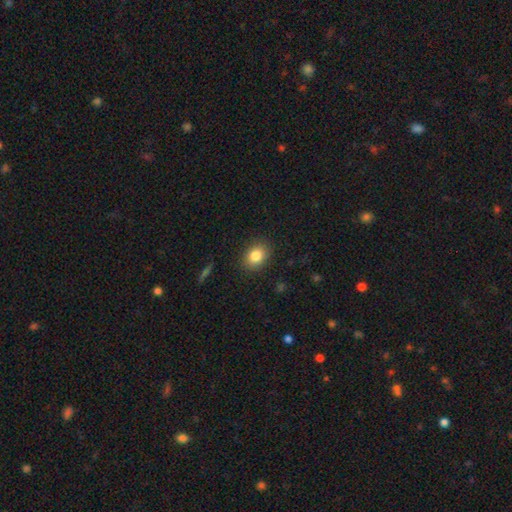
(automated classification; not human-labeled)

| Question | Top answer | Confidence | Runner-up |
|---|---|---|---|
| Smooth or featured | smooth | 84% | star or artifact (9%) |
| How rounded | in between | 60% | round (39%) |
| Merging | none | 87% | minor disturbance (9%) |